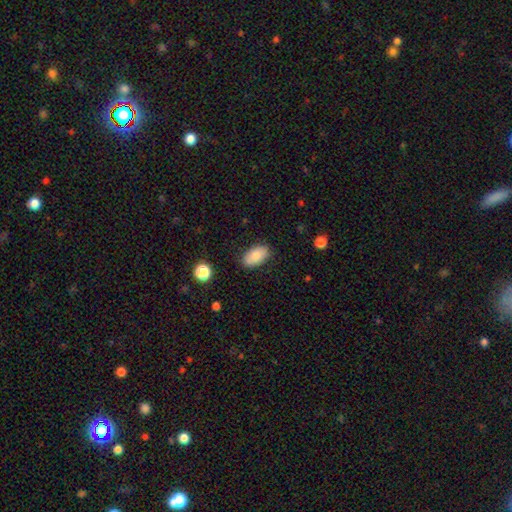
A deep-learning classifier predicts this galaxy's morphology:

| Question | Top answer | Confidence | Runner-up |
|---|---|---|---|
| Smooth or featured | smooth | 80% | featured or disk (13%) |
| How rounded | in between | 93% | round (6%) |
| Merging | none | 82% | minor disturbance (13%) |